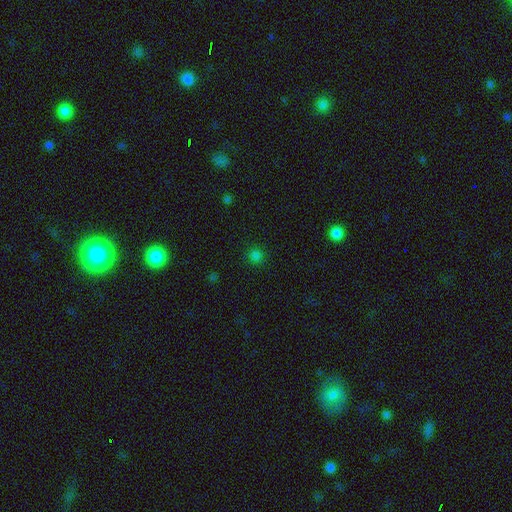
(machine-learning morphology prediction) This is likely a smooth galaxy (77%). How rounded: clearly round (92%). Merging: clearly none (89%).